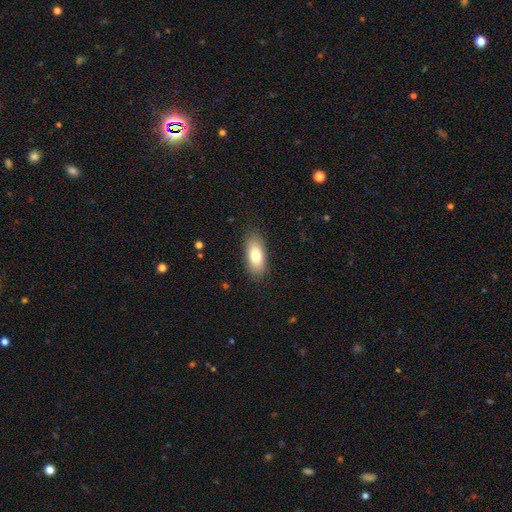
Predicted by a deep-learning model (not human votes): smooth-or-featured: smooth: 78% | featured or disk: 14% | star or artifact: 7%
  how-rounded: in between: 83% | cigar-shaped: 14% | round: 3%
  merging: none: 84% | minor disturbance: 12% | major disturbance: 3% | merger: 1%